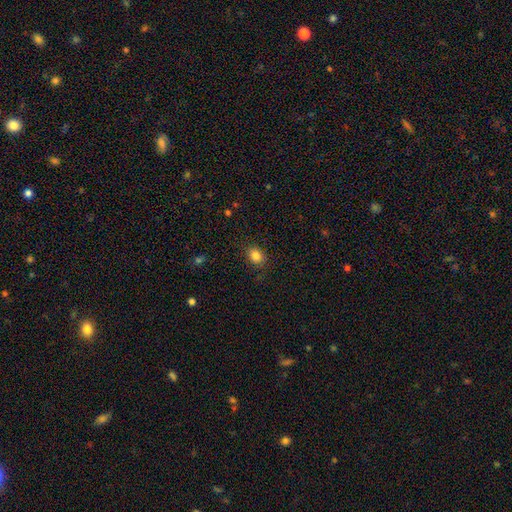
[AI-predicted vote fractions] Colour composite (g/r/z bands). It shows a smooth galaxy with no disk features (84%) that is round (50%, tied with in between). Merging: none (84%).